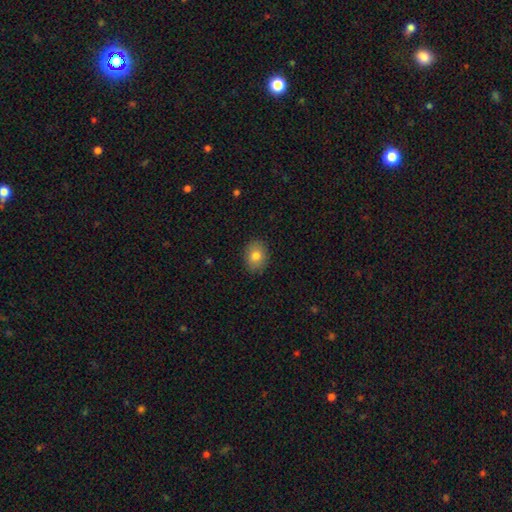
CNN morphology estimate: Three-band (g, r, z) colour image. It shows a smooth galaxy with no disk features (80%) that is in between round and cigar-shaped (53%). Merging: none (88%).